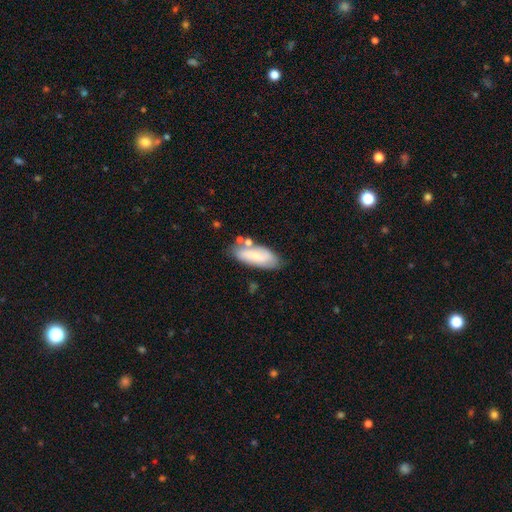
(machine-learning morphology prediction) A smooth galaxy with no disk features (57%) that is in between round and cigar-shaped (81%). Merging: none (66%).